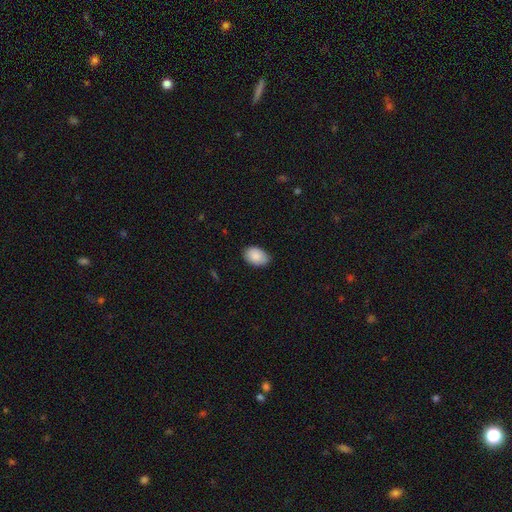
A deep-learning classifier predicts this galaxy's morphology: The model was most divided on "merging": none: 77%, minor disturbance: 19%, major disturbance: 3%, merger: 1%. More confident: smooth or featured — smooth (89%); how rounded — in between (88%).